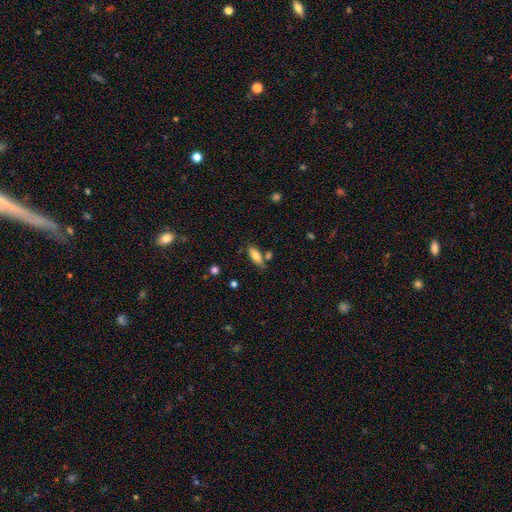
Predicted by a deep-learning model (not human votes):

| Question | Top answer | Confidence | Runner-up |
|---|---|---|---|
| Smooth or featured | smooth | 74% | featured or disk (19%) |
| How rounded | in between | 76% | cigar-shaped (22%) |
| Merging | none | 70% | minor disturbance (16%) |